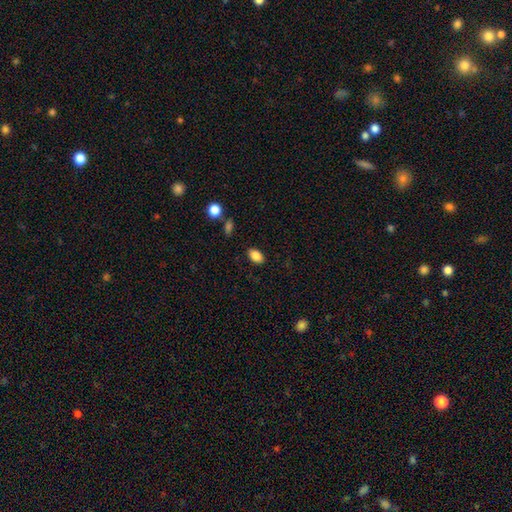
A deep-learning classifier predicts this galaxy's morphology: smooth 87%, star or artifact 9%, featured or disk 5%. Down the decision tree: how rounded — in between (90%); merging — none (87%).